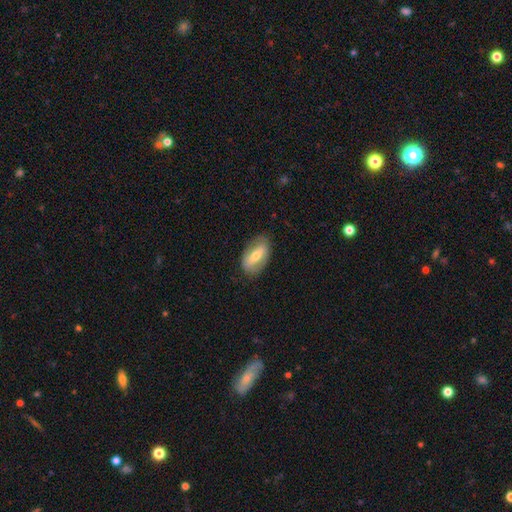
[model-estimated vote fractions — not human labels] The model was most divided on "smooth or featured" (2-way tie): smooth: 47%, featured or disk: 47%, star or artifact: 6%. More confident: merging — none (79%).